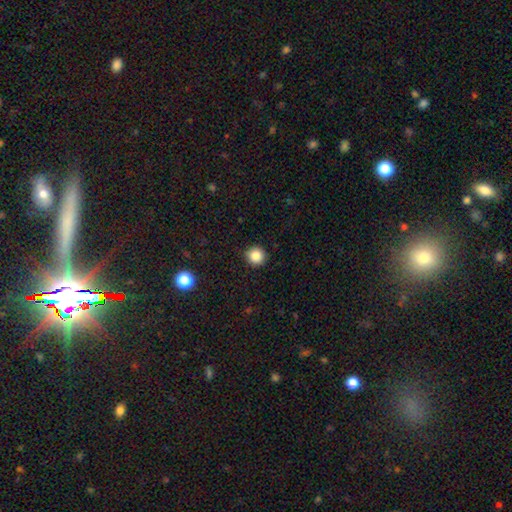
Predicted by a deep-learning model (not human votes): smooth_or_featured: smooth (p=0.85) [alt: star or artifact p=0.11]
how_rounded: round (p=0.94) [alt: in between p=0.05]
merging: none (p=0.91) [alt: minor disturbance p=0.06]